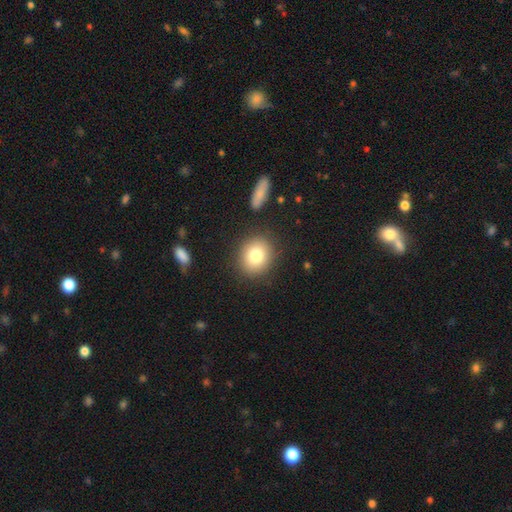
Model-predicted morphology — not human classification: This appears to be a smooth galaxy with no disk features (80%) that is round (74%). Merging: none (86%).